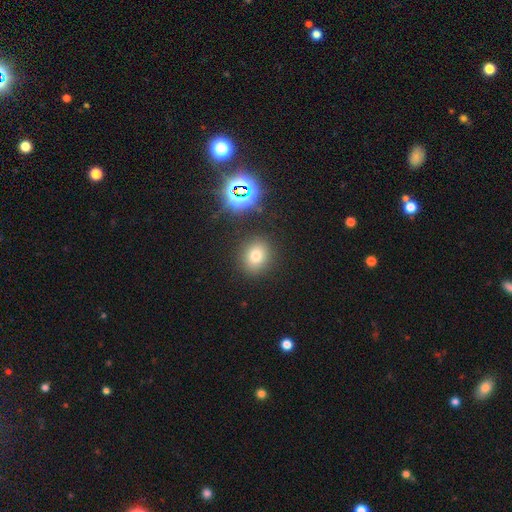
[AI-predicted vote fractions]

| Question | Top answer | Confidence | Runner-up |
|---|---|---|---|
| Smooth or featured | smooth | 71% | star or artifact (19%) |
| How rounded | round | 72% | in between (27%) |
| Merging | none | 87% | minor disturbance (8%) |